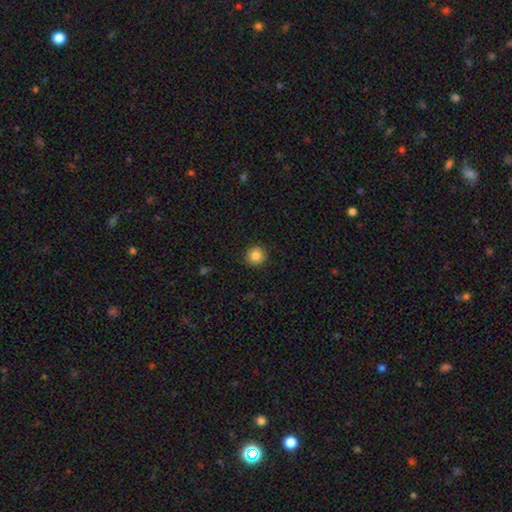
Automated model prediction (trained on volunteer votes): smooth 85%, star or artifact 10%, featured or disk 5%. Down the decision tree: how rounded — round (95%); merging — none (92%).